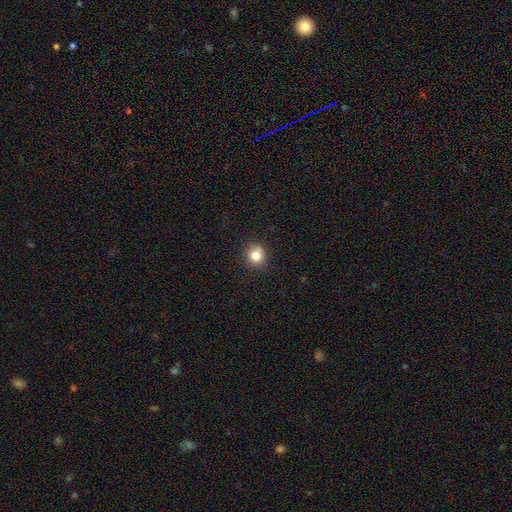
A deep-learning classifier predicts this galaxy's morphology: This is clearly a smooth galaxy (83%). How rounded: clearly round (87%). Merging: clearly none (88%).